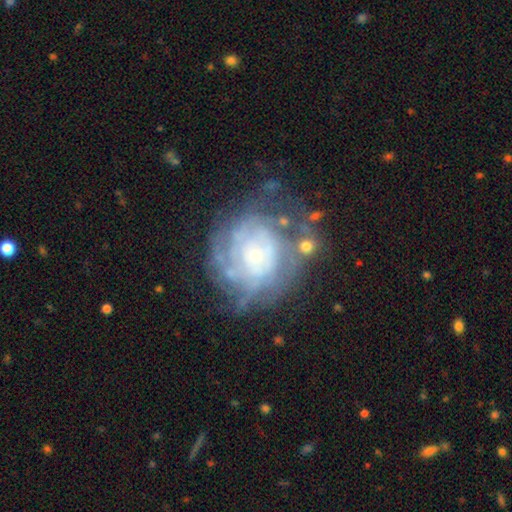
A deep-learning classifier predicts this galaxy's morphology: Smooth or featured: featured or disk — 77% (smooth — 15%)
Edge-on disk: no — 97% (yes — 3%)
Bar: no — 80% (weak — 17%)
Spiral arms: yes — 83% (no — 17%)
Spiral winding: tight — 72% (medium — 21%)
Spiral arm count: can't tell — 52% (4 — 13%)
Bulge size: small — 72% (moderate — 19%)
Merging: none — 61% (minor disturbance — 20%)